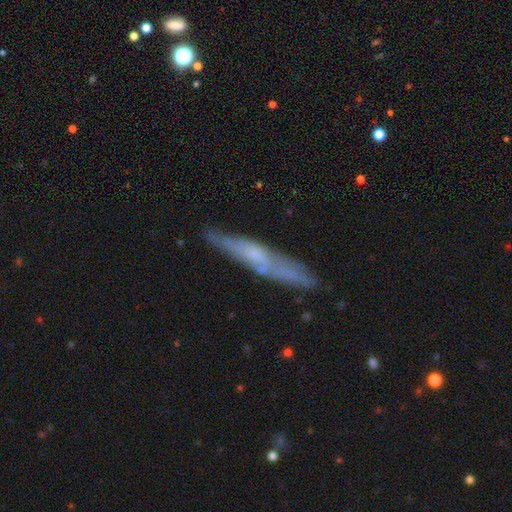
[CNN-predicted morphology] A featured or disk galaxy (55%) viewed edge-on (79%). Merging: none (75%).